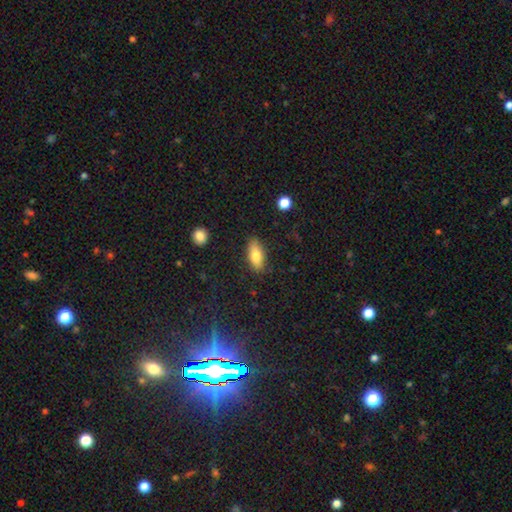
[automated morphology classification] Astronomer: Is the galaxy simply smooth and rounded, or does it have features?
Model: smooth — 76%.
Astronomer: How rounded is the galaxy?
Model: in between — 78%.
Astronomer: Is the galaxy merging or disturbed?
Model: none — 85%.